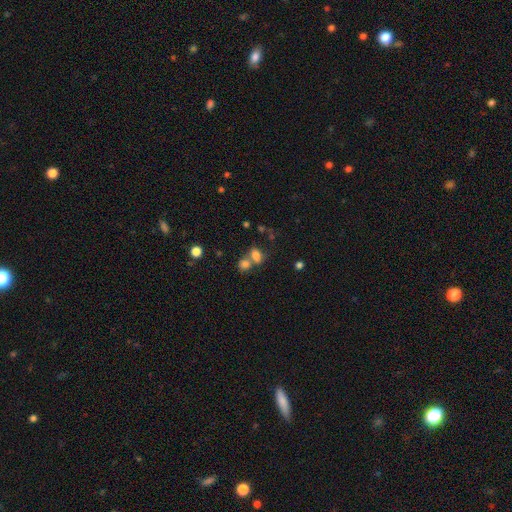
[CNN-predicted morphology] This appears to be a smooth galaxy with no disk features (75%) that is in between round and cigar-shaped (67%). Merging: merger (52%).